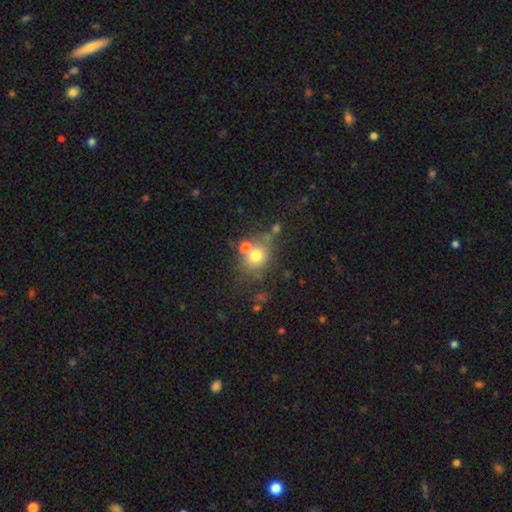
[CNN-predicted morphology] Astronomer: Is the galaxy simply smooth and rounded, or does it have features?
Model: smooth — 69%.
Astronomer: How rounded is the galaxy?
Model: round — 64%.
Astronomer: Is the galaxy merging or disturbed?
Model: none — 53%.